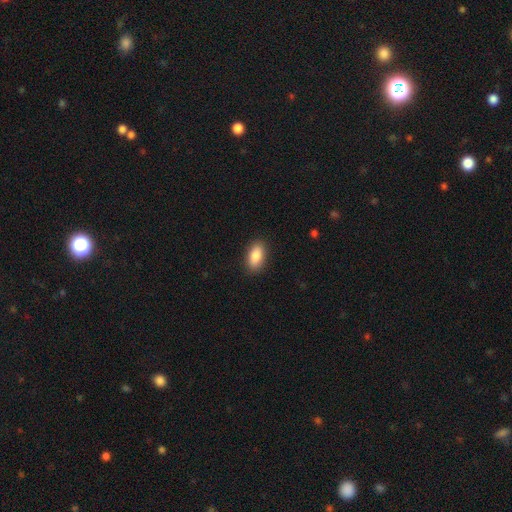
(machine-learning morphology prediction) smooth 85%, featured or disk 8%, star or artifact 7%. Down the decision tree: how rounded — in between (90%); merging — none (89%).